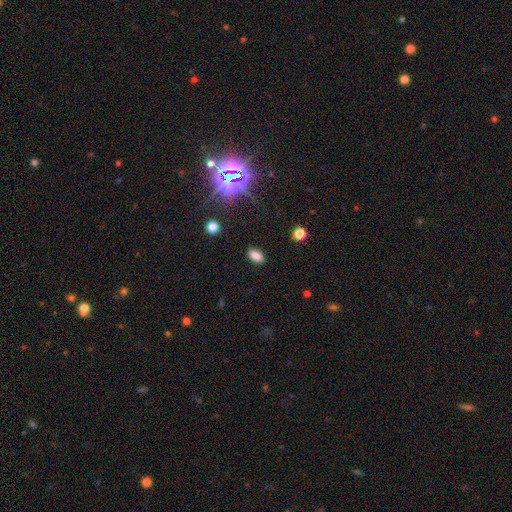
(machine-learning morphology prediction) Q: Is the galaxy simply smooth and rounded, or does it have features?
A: smooth — 81%.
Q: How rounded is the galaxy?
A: in between — 90%.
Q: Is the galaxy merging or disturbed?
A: none — 88%.